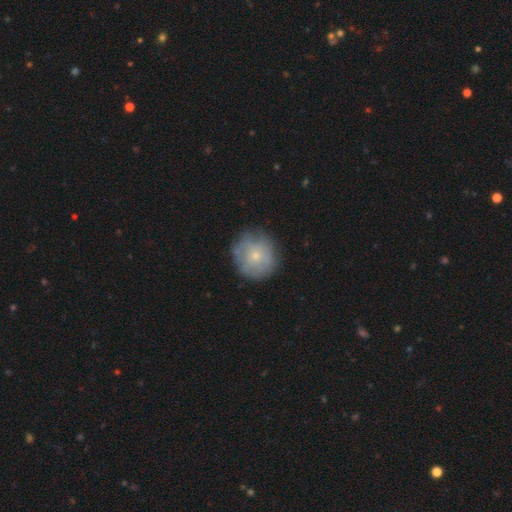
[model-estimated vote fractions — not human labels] A smooth galaxy with no disk features (57%) that is round (90%). Merging: none (75%).